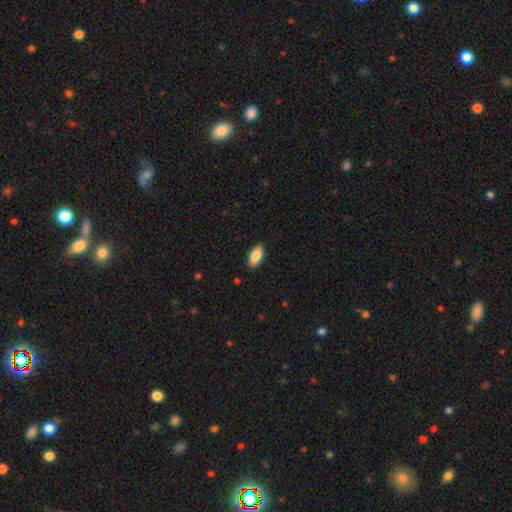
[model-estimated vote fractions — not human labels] smooth_or_featured: smooth (p=0.83) [alt: featured or disk p=0.10]
how_rounded: in between (p=0.88) [alt: cigar-shaped p=0.10]
merging: none (p=0.89) [alt: minor disturbance p=0.08]